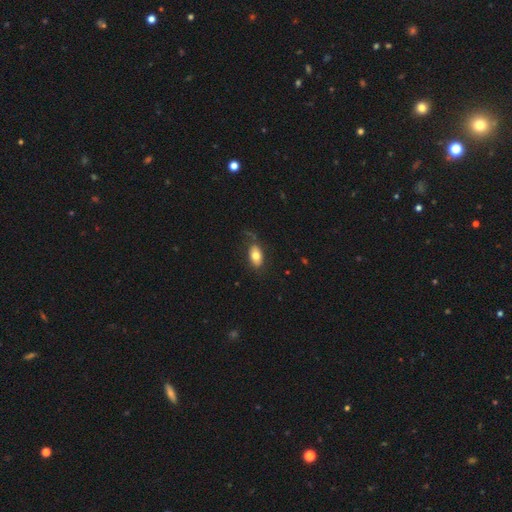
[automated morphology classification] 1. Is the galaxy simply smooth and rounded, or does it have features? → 73% smooth, 20% featured or disk, 7% star or artifact.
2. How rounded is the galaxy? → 91% in between, 6% round, 3% cigar-shaped.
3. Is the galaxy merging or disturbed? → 64% none, 20% minor disturbance, 13% major disturbance, 2% merger.